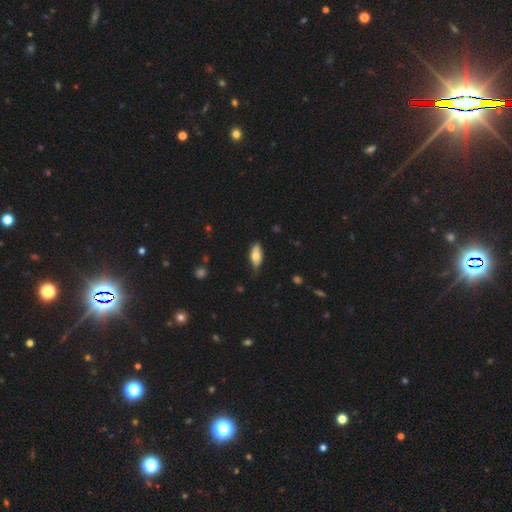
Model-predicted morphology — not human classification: A smooth galaxy with no disk features (68%) that is in between round and cigar-shaped (84%).

Vote fractions:
- Smooth or featured? smooth: 68% / featured or disk: 26% / star or artifact: 6%
- How rounded? in between: 84% / cigar-shaped: 13% / round: 3%
- Merging? none: 71% / minor disturbance: 24% / major disturbance: 4% / merger: 1%